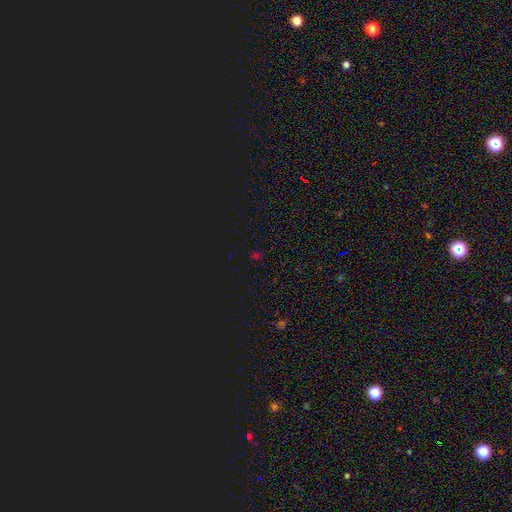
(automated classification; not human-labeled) Overall: star or artifact (67%).